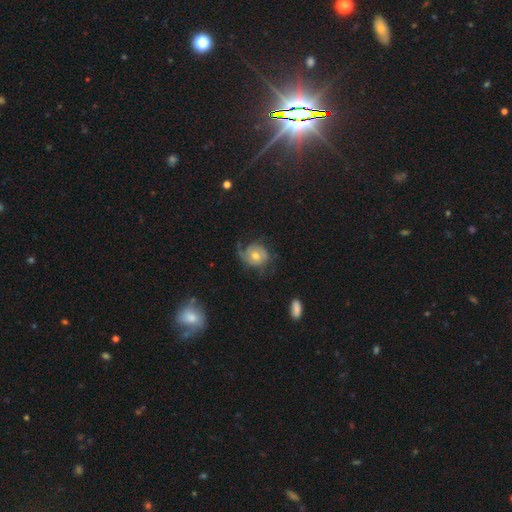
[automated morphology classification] featured or disk 70%, smooth 21%, star or artifact 8%. Down the decision tree: edge-on disk — no (97%); bar — no (77%); spiral arms — yes (89%); spiral arm count — 2 (36%); spiral winding — tight (43%); bulge size — moderate (67%); merging — none (55%).